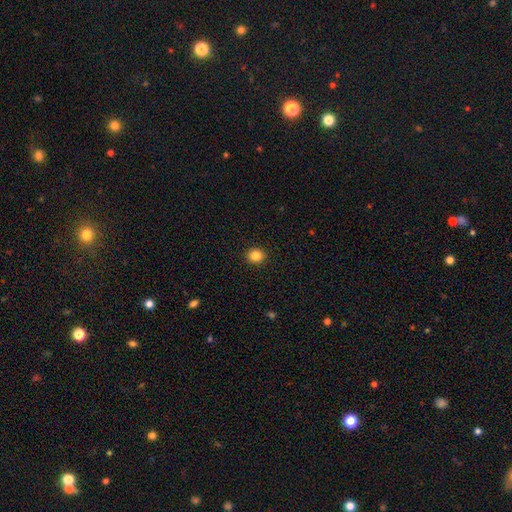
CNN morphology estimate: Overall: smooth (84%). How rounded: round (81%). Merging: none (92%).